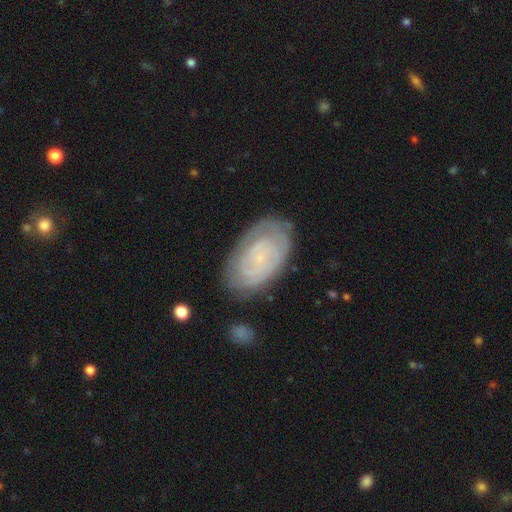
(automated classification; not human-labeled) A featured or disk galaxy (63%) with no bar (72%), spiral arms (83%) and a small central bulge (73%).

Vote fractions:
- Smooth or featured? featured or disk: 63% / smooth: 28% / star or artifact: 9%
- Edge-on disk? no: 95% / yes: 5%
- Bar? no: 72% / weak: 23% / strong: 5%
- Spiral arms? yes: 83% / no: 17%
- Bulge size? small: 73% / none: 15% / moderate: 9% / large: 2% / dominant: 1%
- Merging? none: 75% / minor disturbance: 17% / major disturbance: 5% / merger: 3%